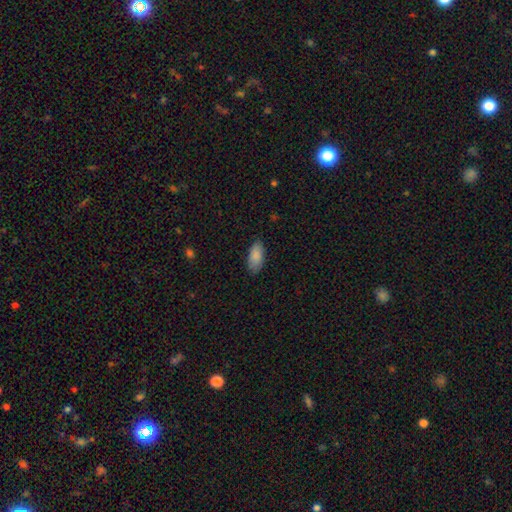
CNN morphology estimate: Smooth or featured: smooth — 88% (star or artifact — 6%)
How rounded: in between — 90% (cigar-shaped — 8%)
Merging: none — 83% (minor disturbance — 13%)